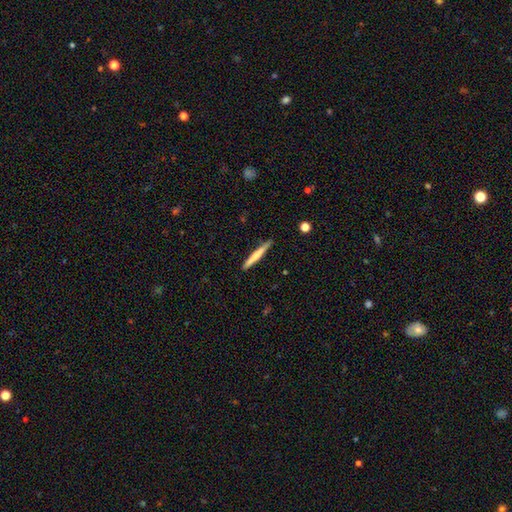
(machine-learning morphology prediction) Smooth or featured?
  - smooth: 61% *
  - featured or disk: 34%
  - star or artifact: 5%
How rounded?
  - cigar-shaped: 96% *
  - in between: 3%
  - round: 1%
Merging?
  - none: 88% *
  - minor disturbance: 9%
  - major disturbance: 2%
  - merger: 1%